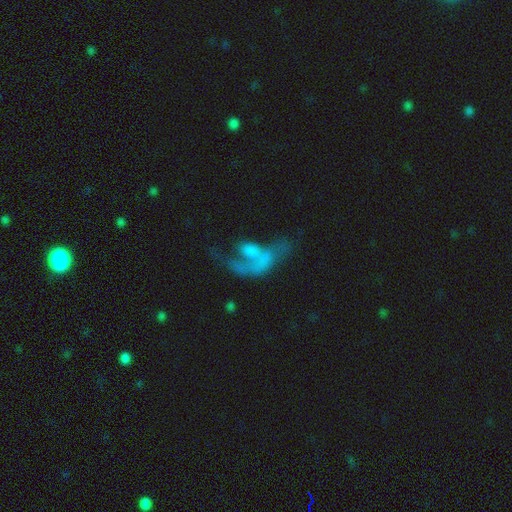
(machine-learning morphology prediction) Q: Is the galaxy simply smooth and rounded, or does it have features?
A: featured or disk — 52%.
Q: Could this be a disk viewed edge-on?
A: no — 96%.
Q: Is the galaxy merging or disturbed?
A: major disturbance — 41%.